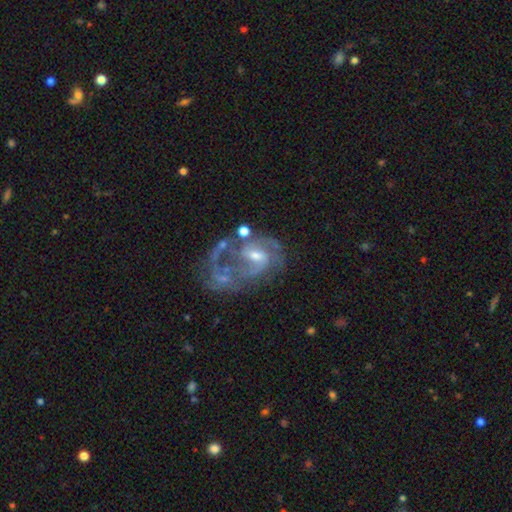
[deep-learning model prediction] Smooth or featured? featured or disk (84%)
Edge-on disk? no (98%)
Bar? weak (52%)
Spiral arms? yes (88%)
Spiral winding? medium (48%)
Spiral arm count? 2 (48%)
Bulge size? small (46%)
Merging? major disturbance (36%)